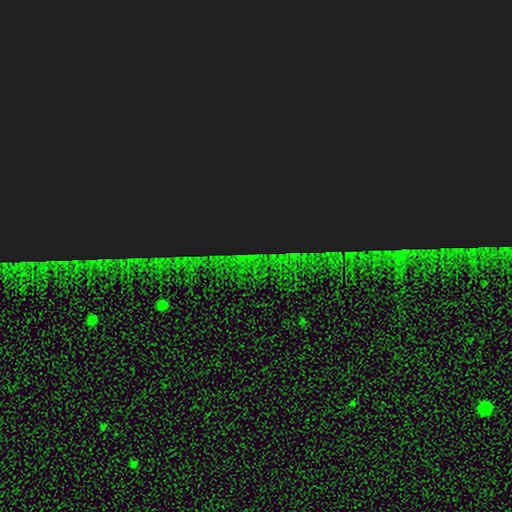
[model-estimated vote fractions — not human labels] This appears to be a star or artifact, not a galaxy (86%).